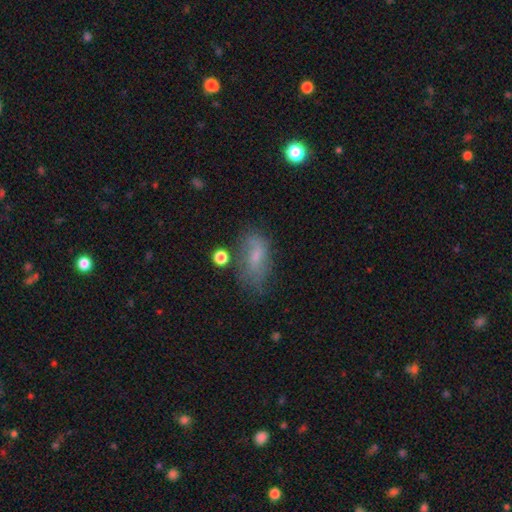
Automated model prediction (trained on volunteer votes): Q: Smooth or featured?
A: smooth (54%); runner-up: featured or disk (35%)
Q: How rounded?
A: in between (86%); runner-up: round (7%)
Q: Merging?
A: none (50%); runner-up: minor disturbance (28%)